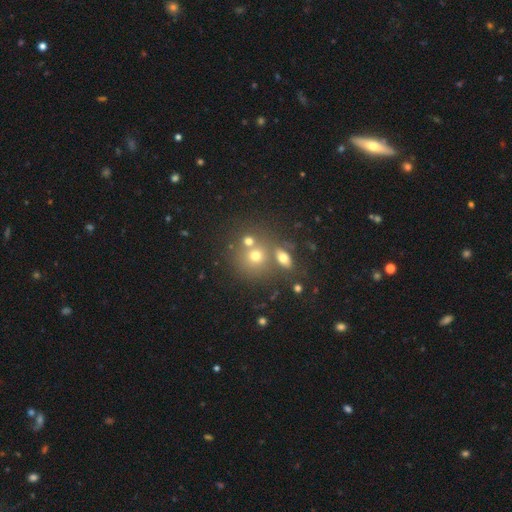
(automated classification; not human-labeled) Smooth or featured? Predicted: smooth (p=0.61). How rounded? Predicted: round (p=0.78). Merging? Predicted: none (p=0.47).